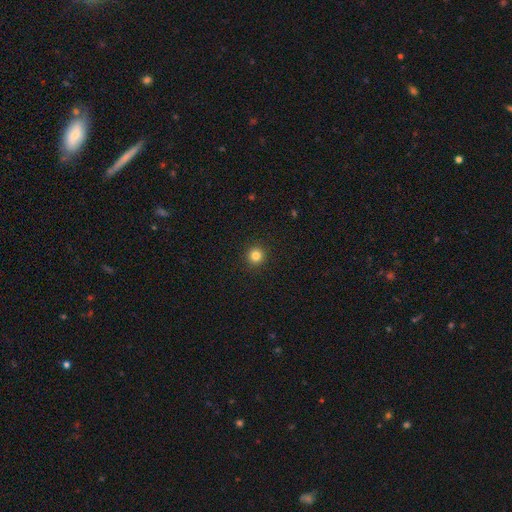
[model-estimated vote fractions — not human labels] A smooth galaxy with no disk features (83%) that is round (95%).

Vote fractions:
- Smooth or featured? smooth: 83% / star or artifact: 12% / featured or disk: 5%
- How rounded? round: 95% / in between: 4% / cigar-shaped: 1%
- Merging? none: 93% / minor disturbance: 4% / major disturbance: 2% / merger: 1%